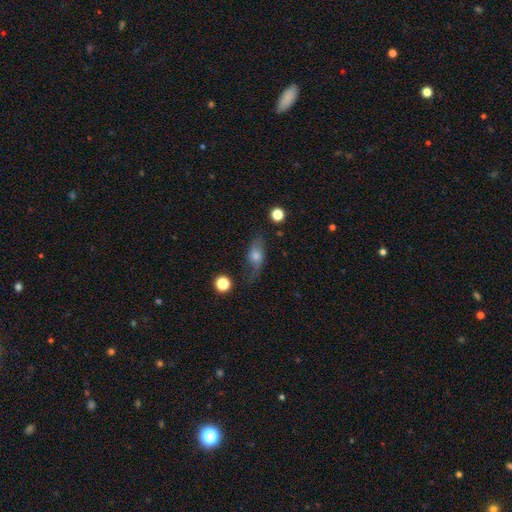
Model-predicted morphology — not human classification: This is possibly a smooth galaxy (47%). Merging: possibly none (58%).